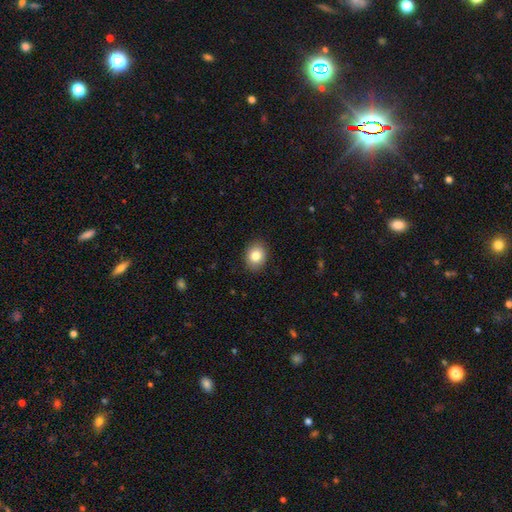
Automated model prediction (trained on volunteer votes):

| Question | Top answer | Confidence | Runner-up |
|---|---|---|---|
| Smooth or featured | smooth | 83% | star or artifact (9%) |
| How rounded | round | 51% | in between (48%) |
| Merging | none | 89% | minor disturbance (8%) |